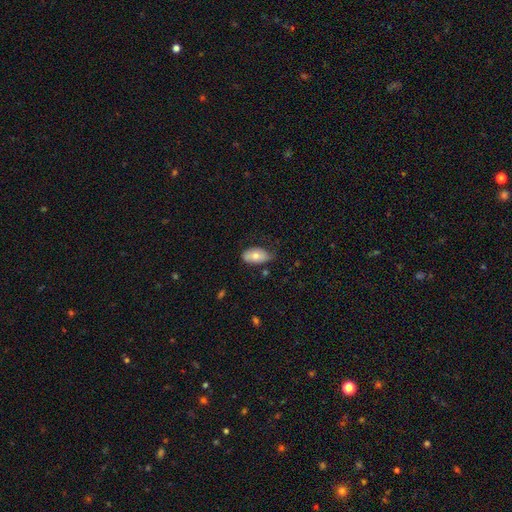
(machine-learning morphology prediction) Smooth or featured? smooth (71%)
How rounded? in between (93%)
Merging? none (59%)